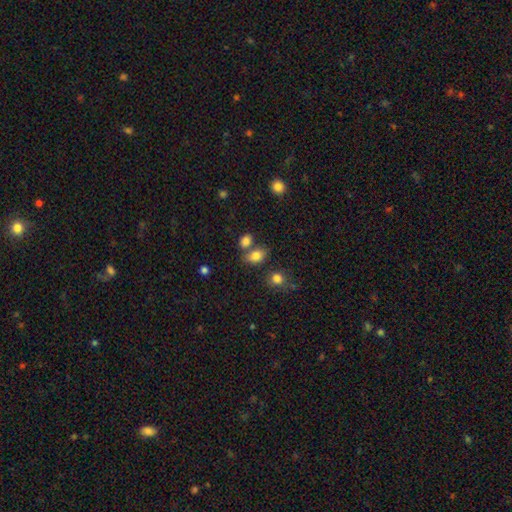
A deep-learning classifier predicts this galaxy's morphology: smooth 80%, star or artifact 11%, featured or disk 9%. Down the decision tree: how rounded — in between (78%); merging — none (55%).